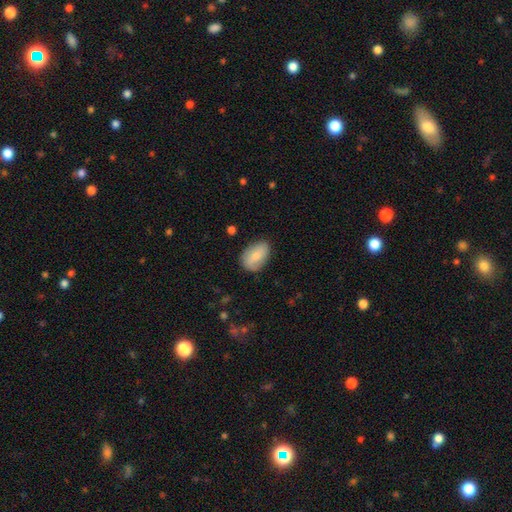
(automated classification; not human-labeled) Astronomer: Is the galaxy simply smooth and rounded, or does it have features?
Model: smooth — 73%.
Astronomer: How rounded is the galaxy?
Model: in between — 87%.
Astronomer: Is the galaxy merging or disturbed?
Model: none — 77%.